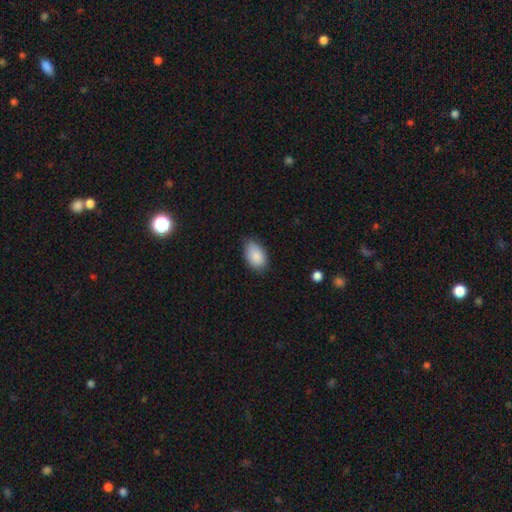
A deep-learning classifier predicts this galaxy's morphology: Smooth or featured: smooth — 88% (star or artifact — 7%)
How rounded: in between — 91% (round — 7%)
Merging: none — 74% (minor disturbance — 22%)